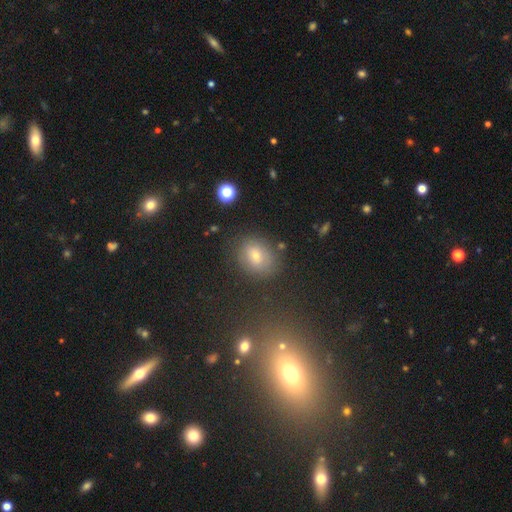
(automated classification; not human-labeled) Smooth or featured?
  - smooth: 60% *
  - star or artifact: 20%
  - featured or disk: 19%
How rounded?
  - in between: 54% *
  - round: 44%
  - cigar-shaped: 1%
Merging?
  - none: 79% *
  - minor disturbance: 13%
  - major disturbance: 4%
  - merger: 4%